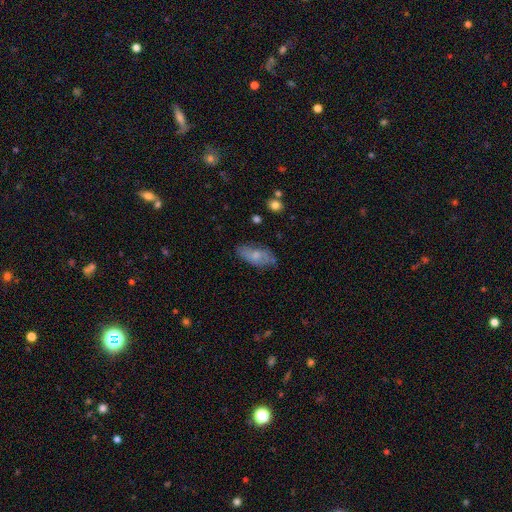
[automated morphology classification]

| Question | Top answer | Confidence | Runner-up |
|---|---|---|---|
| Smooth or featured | smooth | 63% | featured or disk (30%) |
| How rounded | in between | 85% | cigar-shaped (12%) |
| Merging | none | 66% | minor disturbance (25%) |